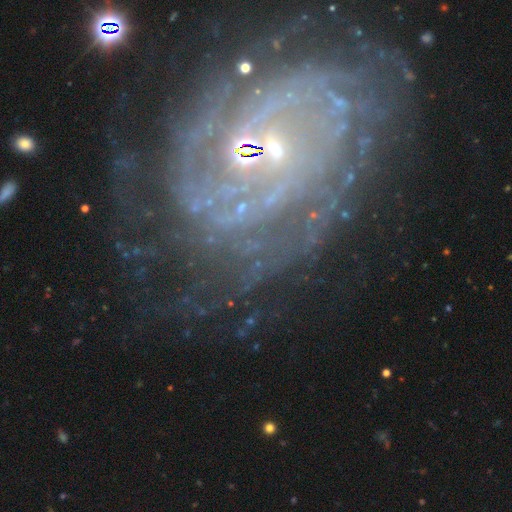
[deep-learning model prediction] A featured or disk galaxy (87%) with no bar (59%), tight (69%) spiral arms (95%) and a small central bulge (75%). Merging: none (67%).